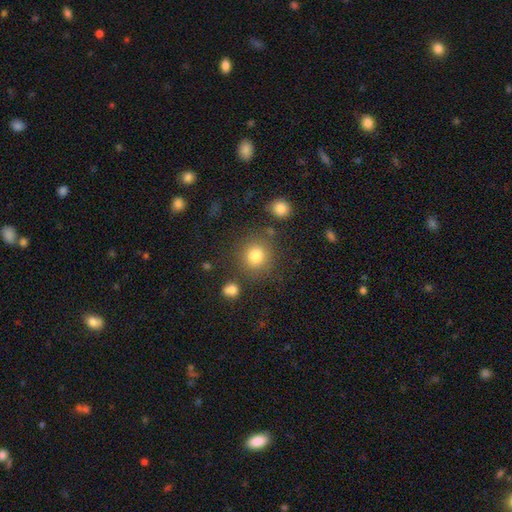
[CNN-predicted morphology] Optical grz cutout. It shows a smooth galaxy with no disk features (81%) that is round (89%). Merging: none (80%).